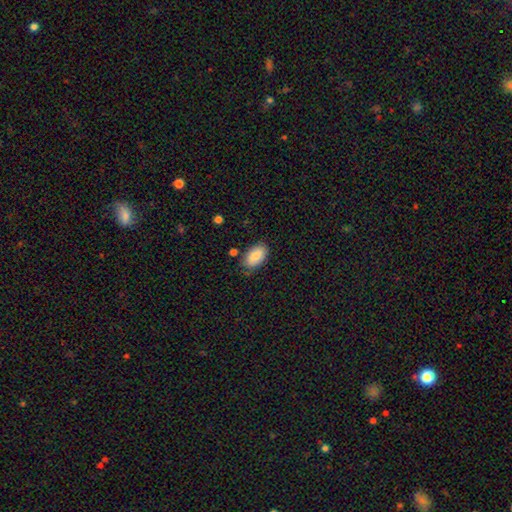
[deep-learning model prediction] smooth_or_featured: smooth (p=0.86) [alt: featured or disk p=0.07]
how_rounded: in between (p=0.94) [alt: round p=0.04]
merging: none (p=0.77) [alt: minor disturbance p=0.16]